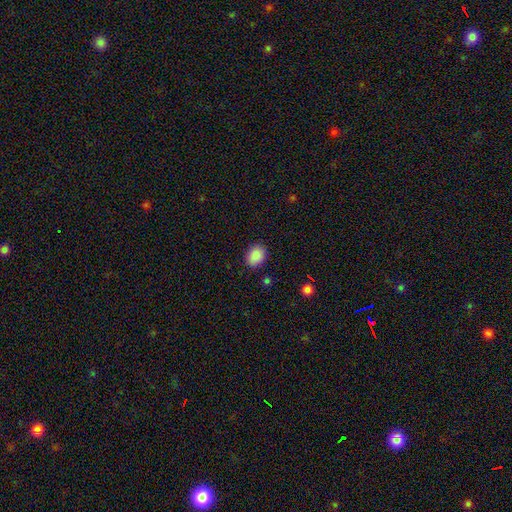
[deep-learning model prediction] smooth 89%, star or artifact 8%, featured or disk 3%. Down the decision tree: how rounded — in between (61%); merging — none (85%).